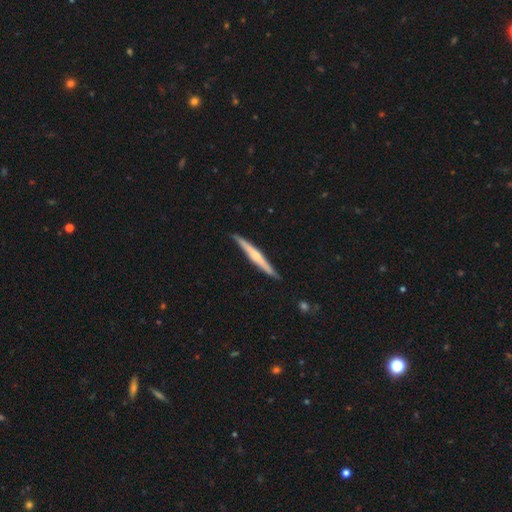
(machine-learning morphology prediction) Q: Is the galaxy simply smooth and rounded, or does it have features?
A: featured or disk — 59%.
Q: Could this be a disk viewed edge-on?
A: yes — 97%.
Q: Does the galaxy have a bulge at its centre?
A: rounded — 62%.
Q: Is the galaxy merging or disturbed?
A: none — 89%.